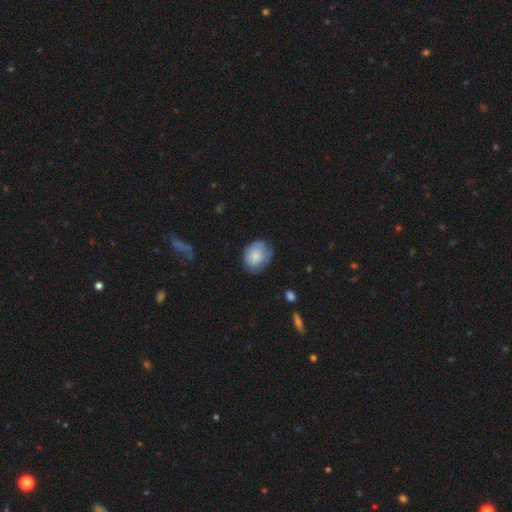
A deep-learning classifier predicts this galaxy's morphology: smooth 74%, featured or disk 19%, star or artifact 7%. Down the decision tree: how rounded — in between (50%); merging — none (61%).